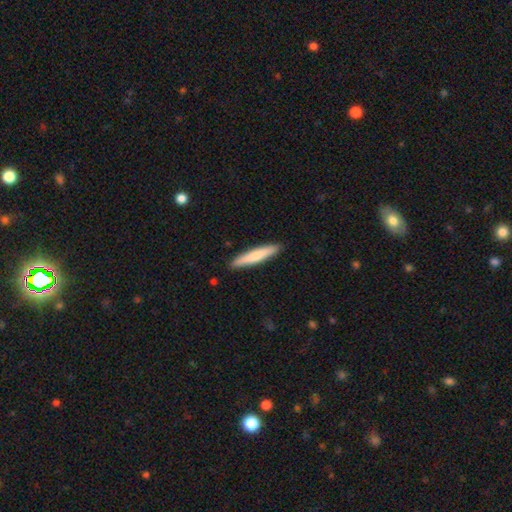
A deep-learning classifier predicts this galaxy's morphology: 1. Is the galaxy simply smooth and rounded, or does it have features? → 72% smooth, 23% featured or disk, 5% star or artifact.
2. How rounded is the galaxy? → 92% cigar-shaped, 7% in between, 1% round.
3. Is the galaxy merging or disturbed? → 91% none, 7% minor disturbance, 1% major disturbance, 1% merger.